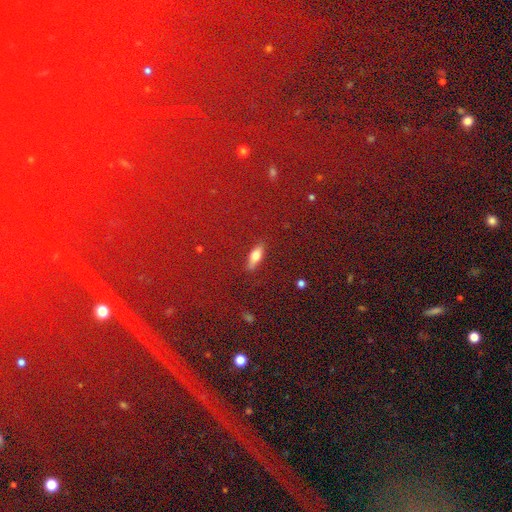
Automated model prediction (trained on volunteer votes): A smooth galaxy with no disk features (58%) that is in between round and cigar-shaped (55%).

Vote fractions:
- Smooth or featured? smooth: 58% / featured or disk: 30% / star or artifact: 12%
- How rounded? in between: 55% / cigar-shaped: 38% / round: 7%
- Merging? none: 87% / minor disturbance: 8% / major disturbance: 3% / merger: 2%